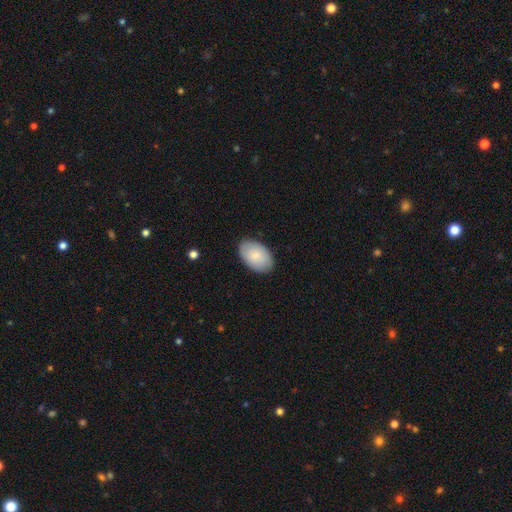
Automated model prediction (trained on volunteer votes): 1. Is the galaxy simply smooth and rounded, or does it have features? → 82% smooth, 12% featured or disk, 6% star or artifact.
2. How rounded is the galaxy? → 92% in between, 7% round, 1% cigar-shaped.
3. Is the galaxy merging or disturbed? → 86% none, 11% minor disturbance, 2% major disturbance, 1% merger.